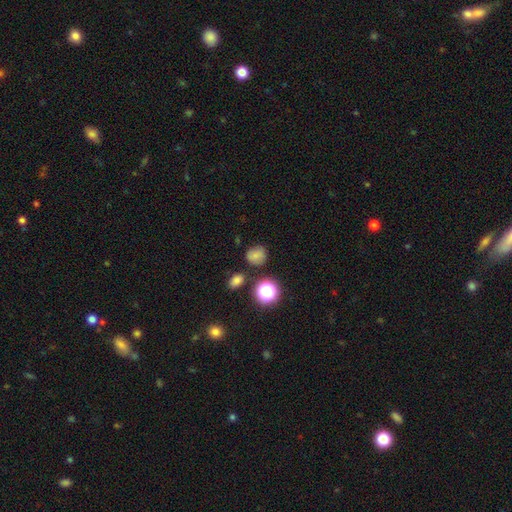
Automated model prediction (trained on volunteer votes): A smooth galaxy with no disk features (72%) that is round (79%). Merging: none (75%).